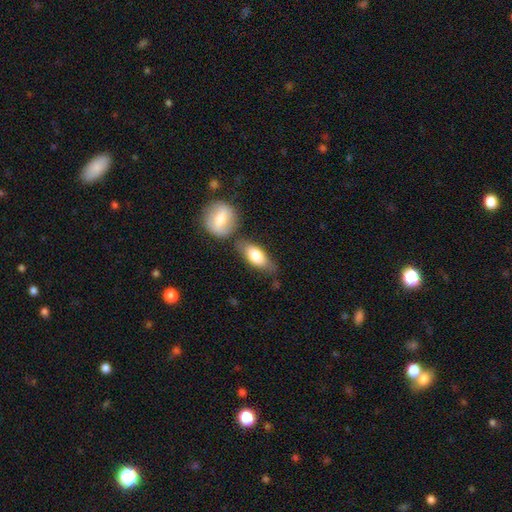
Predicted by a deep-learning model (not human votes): Smooth or featured? smooth (76%)
How rounded? in between (82%)
Merging? none (54%)